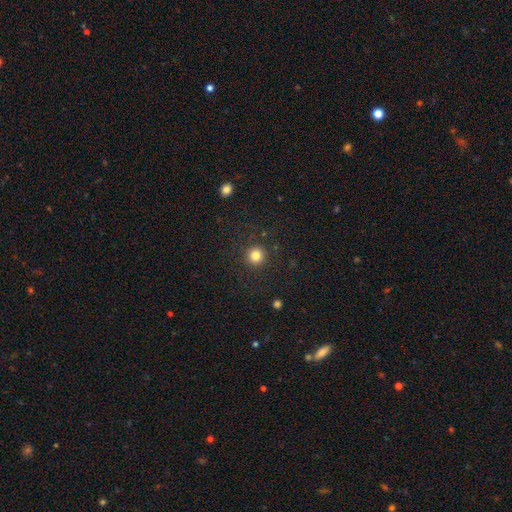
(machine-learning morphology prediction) smooth-or-featured: smooth: 82% | star or artifact: 12% | featured or disk: 5%
  how-rounded: round: 94% | in between: 5% | cigar-shaped: 1%
  merging: none: 90% | minor disturbance: 6% | major disturbance: 3% | merger: 1%